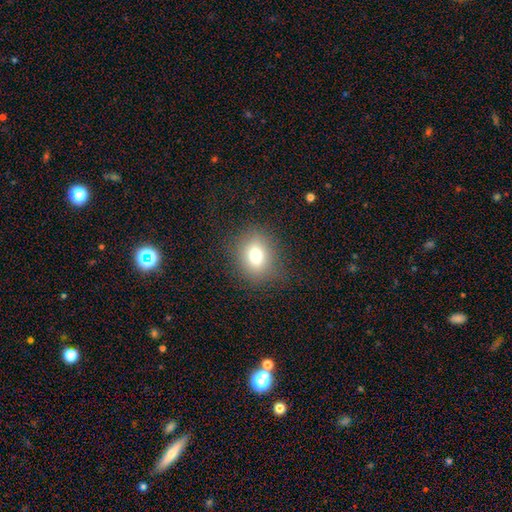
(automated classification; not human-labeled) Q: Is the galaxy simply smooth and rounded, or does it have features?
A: smooth — 74%.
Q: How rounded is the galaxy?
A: round — 54%.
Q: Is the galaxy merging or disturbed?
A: none — 83%.